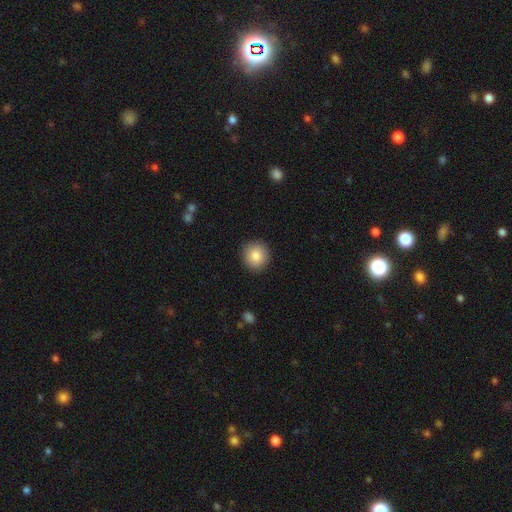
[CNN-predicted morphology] type=smooth (85%); roundness=round (90%); merging=none (91%).